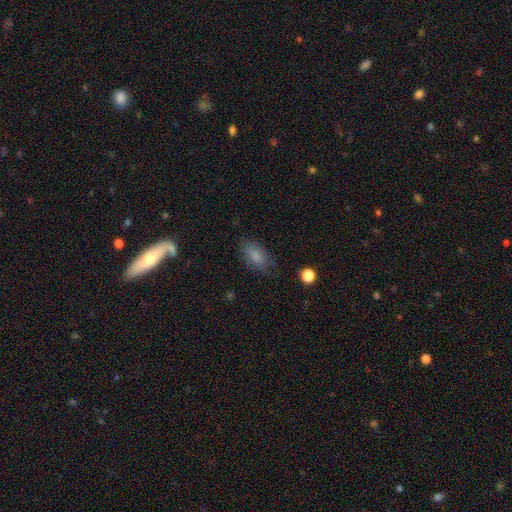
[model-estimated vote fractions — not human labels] smooth-or-featured: smooth: 82% | featured or disk: 9% | star or artifact: 9%
  how-rounded: in between: 90% | round: 6% | cigar-shaped: 4%
  merging: none: 74% | minor disturbance: 19% | major disturbance: 6% | merger: 2%